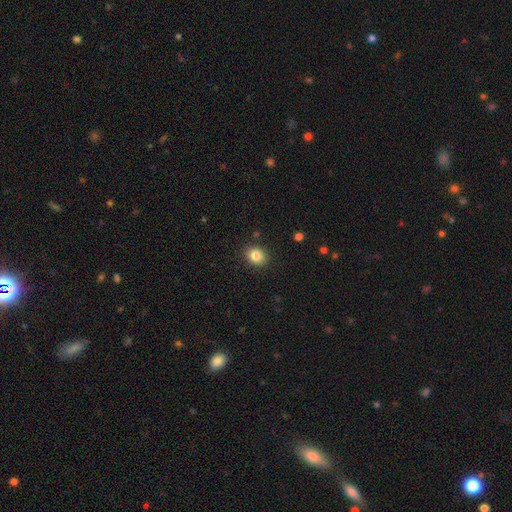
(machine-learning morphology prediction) This appears to be a smooth galaxy with no disk features (85%) that is round (58%). Merging: none (89%).